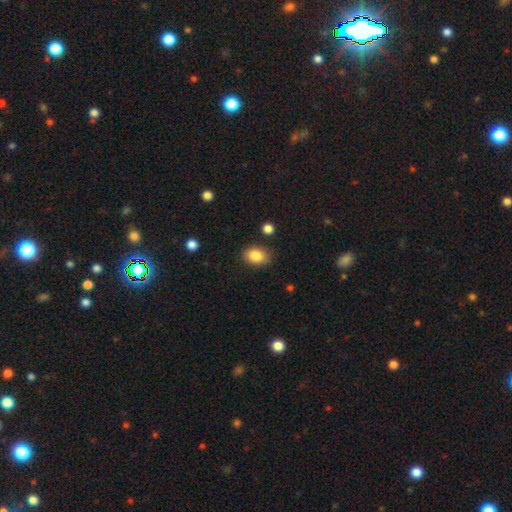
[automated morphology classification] A smooth galaxy with no disk features (85%) that is in between round and cigar-shaped (72%). Merging: none (83%).